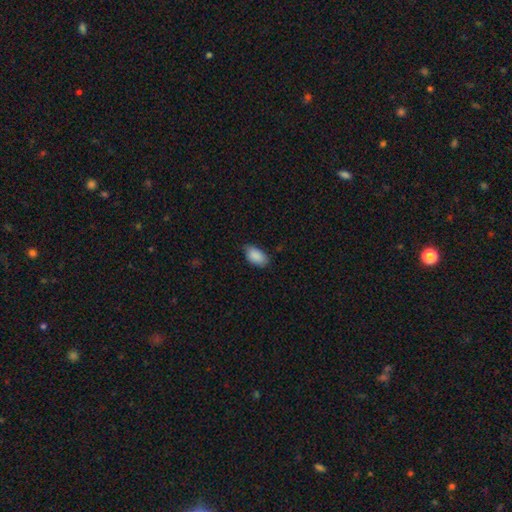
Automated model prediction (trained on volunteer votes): The model was most divided on "merging": none: 74%, minor disturbance: 22%, major disturbance: 3%, merger: 1%. More confident: how rounded — in between (94%); smooth or featured — smooth (90%).